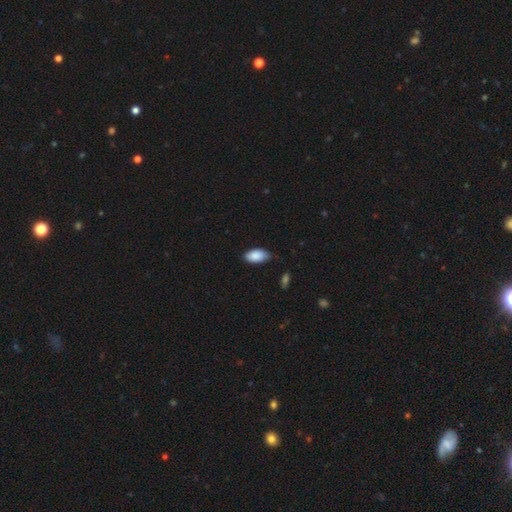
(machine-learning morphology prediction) Smooth or featured? Predicted: smooth (p=0.88). How rounded? Predicted: in between (p=0.94). Merging? Predicted: none (p=0.70).